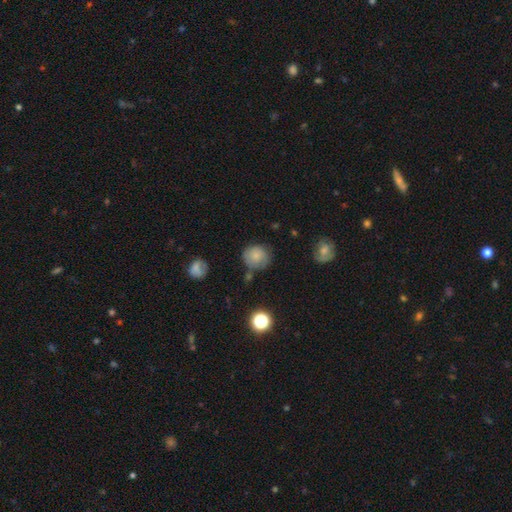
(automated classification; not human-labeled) The model was most divided on "merging": none: 65%, minor disturbance: 22%, major disturbance: 7%, merger: 6%. More confident: how rounded — round (83%); smooth or featured — smooth (72%).